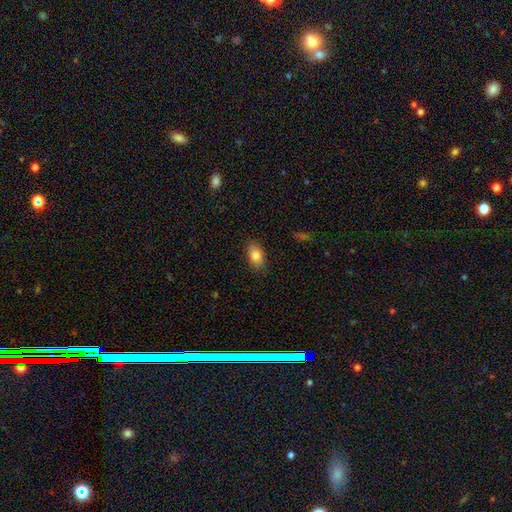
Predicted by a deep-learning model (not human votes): Morphology: type=smooth (82%); roundness=in between (91%); merging=none (86%).